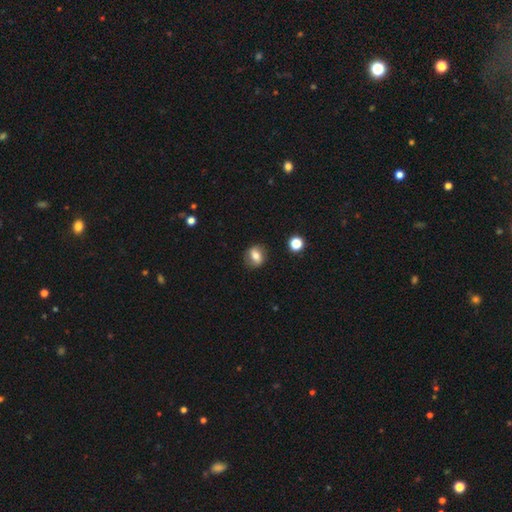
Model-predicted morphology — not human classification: Smooth or featured?
  - smooth: 62% *
  - featured or disk: 28%
  - star or artifact: 10%
How rounded?
  - round: 49% *
  - in between: 48%
  - cigar-shaped: 3%
Merging?
  - none: 82% *
  - minor disturbance: 12%
  - major disturbance: 4%
  - merger: 2%